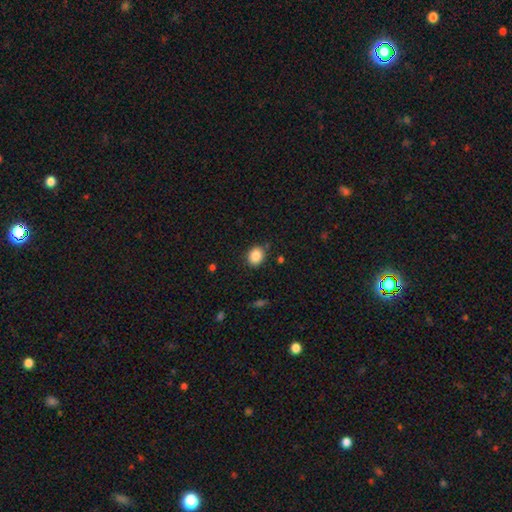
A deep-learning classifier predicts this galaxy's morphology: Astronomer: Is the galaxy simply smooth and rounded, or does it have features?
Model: smooth — 87%.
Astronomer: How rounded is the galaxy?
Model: round — 60% (runner-up: in between, 39%).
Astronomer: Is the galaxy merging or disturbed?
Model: none — 86%.